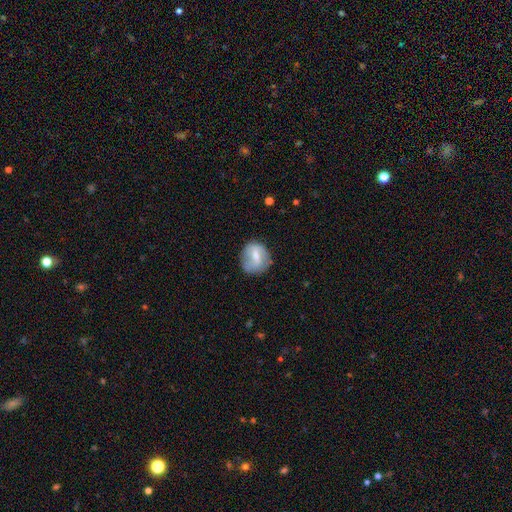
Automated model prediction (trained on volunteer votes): smooth-or-featured: featured or disk: 50% | smooth: 43% | star or artifact: 7%
  disk-edge-on: no: 95% | yes: 5%
  merging: none: 69% | minor disturbance: 21% | major disturbance: 8% | merger: 2%